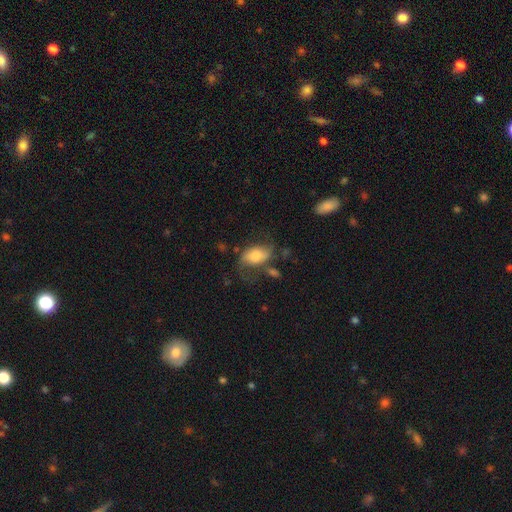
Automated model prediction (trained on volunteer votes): Smooth or featured? Predicted: smooth (p=0.52). How rounded? Predicted: in between (p=0.88). Merging? Predicted: none (p=0.43).